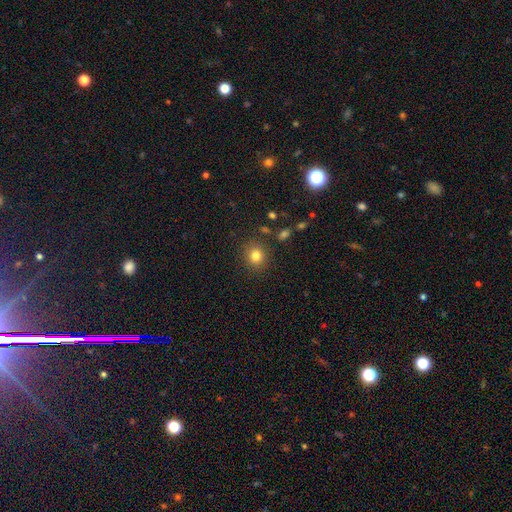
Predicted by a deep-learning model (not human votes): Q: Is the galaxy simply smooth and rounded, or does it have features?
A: smooth — 81%.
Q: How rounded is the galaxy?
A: round — 85%.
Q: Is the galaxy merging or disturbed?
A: none — 86%.